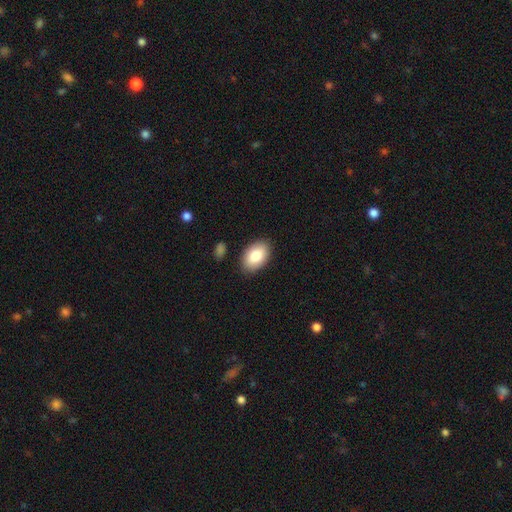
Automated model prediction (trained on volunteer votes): Smooth or featured? smooth (84%)
How rounded? in between (92%)
Merging? none (87%)